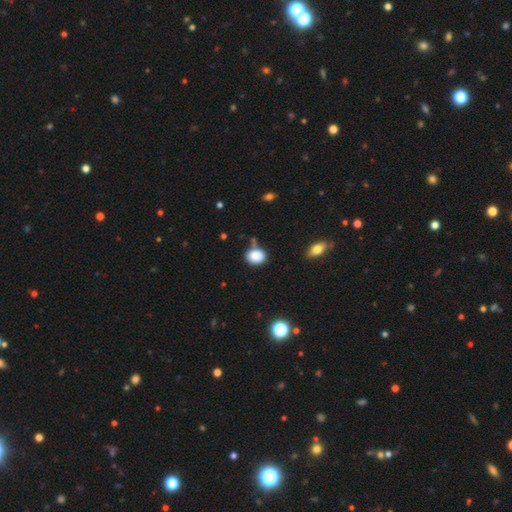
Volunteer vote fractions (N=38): This appears to be a smooth galaxy with no disk features (95%) that is round (61%). Merging: none (78%).